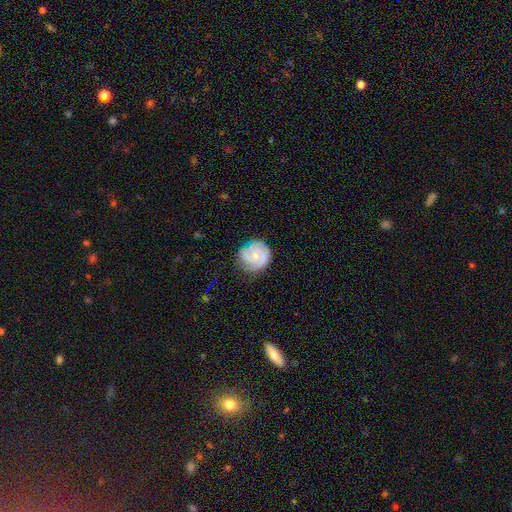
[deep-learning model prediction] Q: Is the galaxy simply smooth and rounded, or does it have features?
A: featured or disk — 65%.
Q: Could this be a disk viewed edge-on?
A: no — 98%.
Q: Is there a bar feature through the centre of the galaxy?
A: no — 75%.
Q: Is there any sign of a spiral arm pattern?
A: yes — 85%.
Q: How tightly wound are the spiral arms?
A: tight — 61%.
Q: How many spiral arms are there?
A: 2 — 32%.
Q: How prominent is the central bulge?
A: small — 58%.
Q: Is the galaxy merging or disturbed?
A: none — 66%.